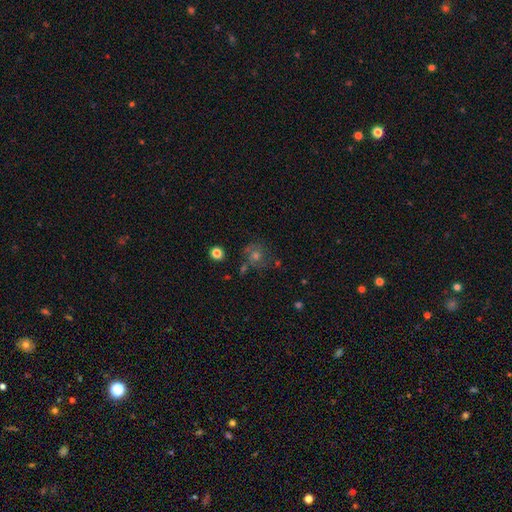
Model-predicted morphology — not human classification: Q: Smooth or featured?
A: smooth (39%); runner-up: featured or disk (36%)
Q: Merging?
A: none (66%); runner-up: minor disturbance (17%)